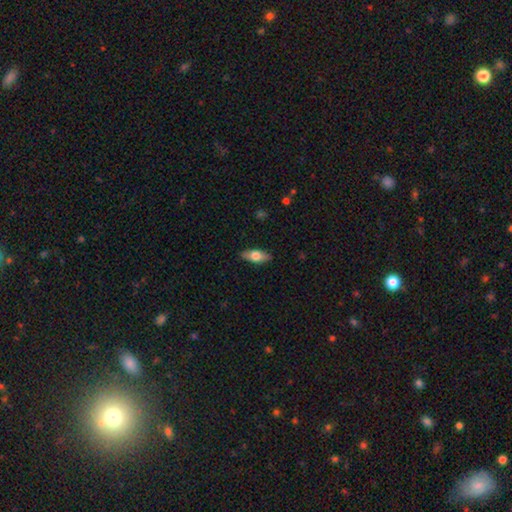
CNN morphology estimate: Overall: smooth (66%; featured or disk 28%). How rounded: in between (78%). Merging: none (87%).